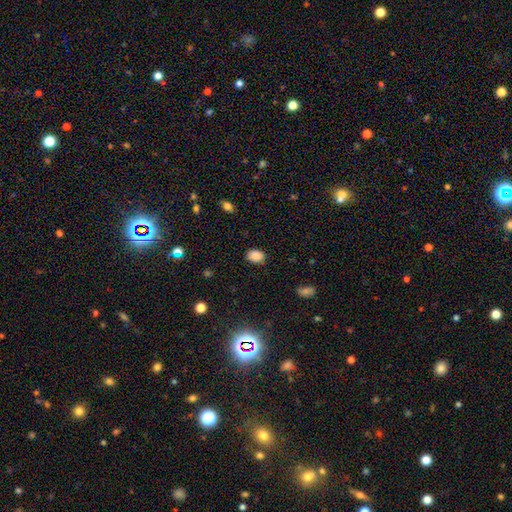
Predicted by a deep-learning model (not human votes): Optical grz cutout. It shows a smooth galaxy with no disk features (86%) that is in between round and cigar-shaped (78%). Merging: none (85%).